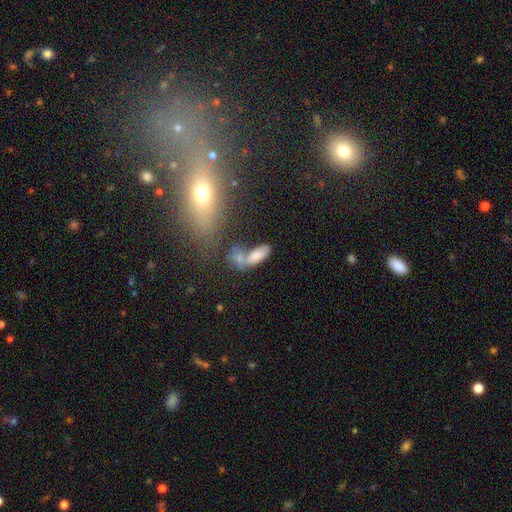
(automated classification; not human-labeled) This appears to be a smooth galaxy with no disk features (73%) that is in between round and cigar-shaped (76%). Merging: merger (43%).